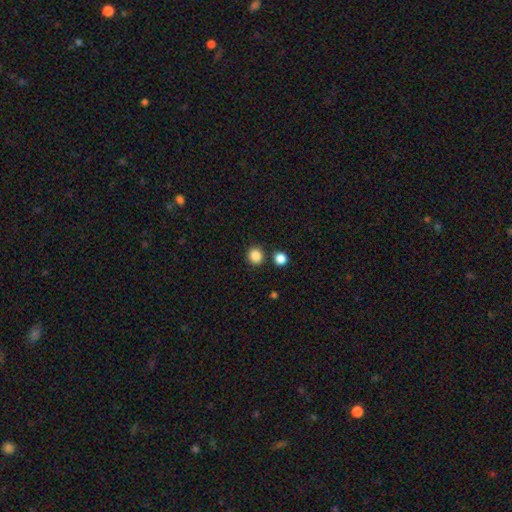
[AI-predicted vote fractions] smooth 85%, star or artifact 11%, featured or disk 3%. Down the decision tree: how rounded — round (90%); merging — none (85%).